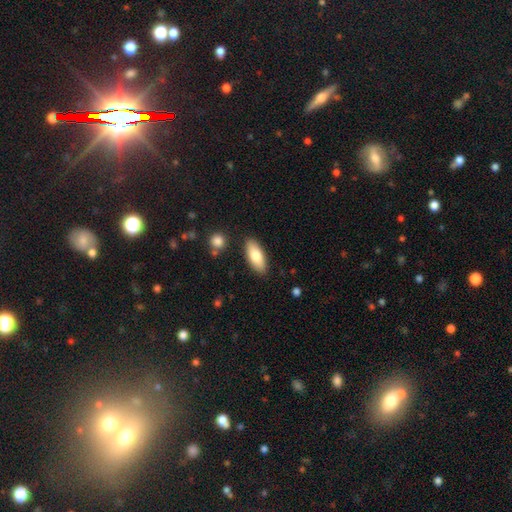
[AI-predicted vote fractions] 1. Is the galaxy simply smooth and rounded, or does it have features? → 79% smooth, 16% featured or disk, 6% star or artifact.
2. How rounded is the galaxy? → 80% in between, 18% cigar-shaped, 2% round.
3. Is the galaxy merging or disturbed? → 87% none, 9% minor disturbance, 2% merger, 2% major disturbance.